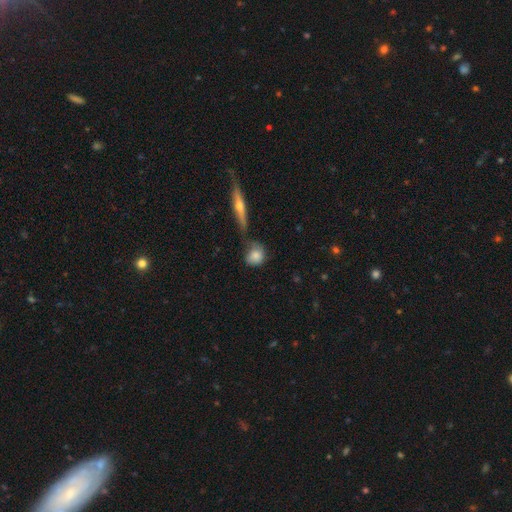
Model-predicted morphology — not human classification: Overall: smooth (78%). How rounded: round (69%). Merging: none (52%; minor disturbance 25%).